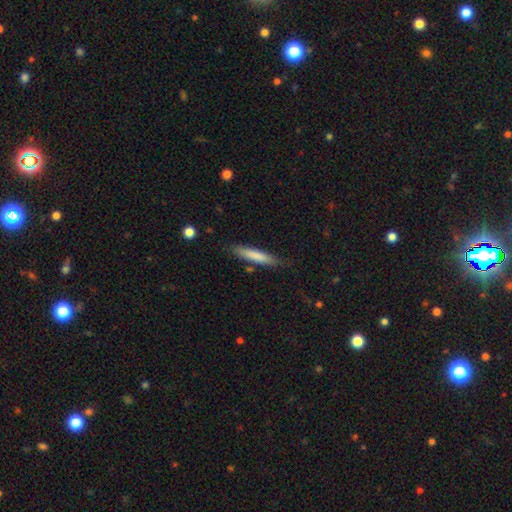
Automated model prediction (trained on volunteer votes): Smooth or featured: smooth — 77% (featured or disk — 17%)
How rounded: cigar-shaped — 88% (in between — 10%)
Merging: none — 80% (minor disturbance — 14%)